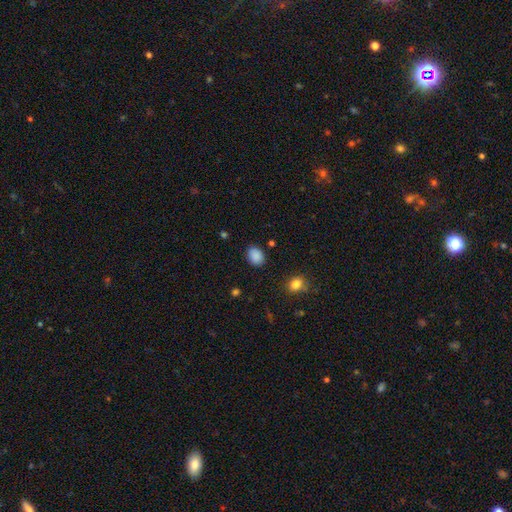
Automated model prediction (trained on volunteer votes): Morphology: type=smooth (88%); roundness=in between (61%); merging=none (84%).